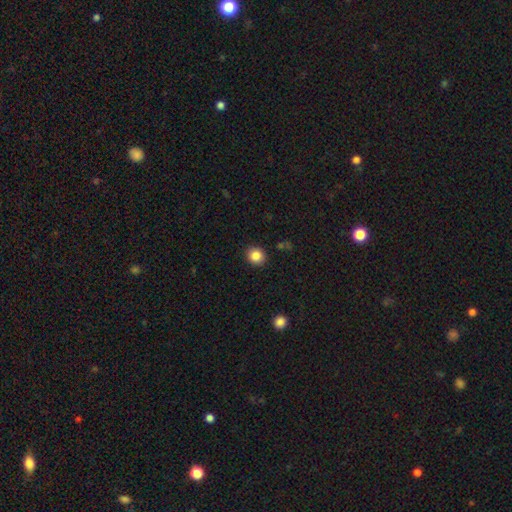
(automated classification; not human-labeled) This is clearly a smooth galaxy (85%). How rounded: clearly round (82%). Merging: clearly none (90%).